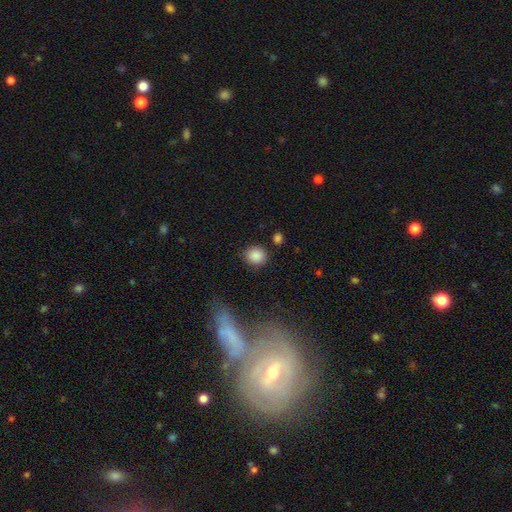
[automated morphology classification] Smooth or featured? Predicted: smooth (p=0.86). How rounded? Predicted: round (p=0.83). Merging? Predicted: none (p=0.83).